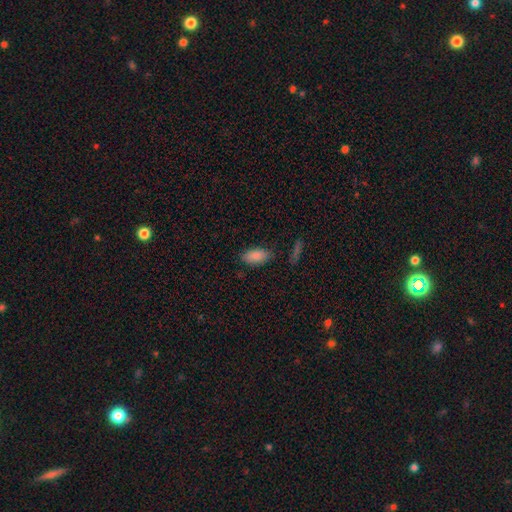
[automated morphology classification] type=smooth (87%); roundness=in between (91%); merging=none (80%).